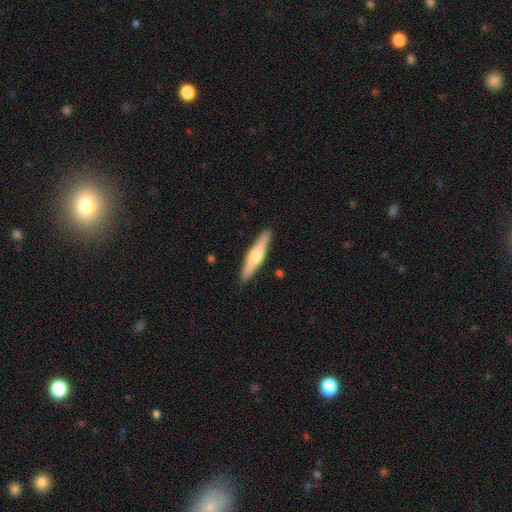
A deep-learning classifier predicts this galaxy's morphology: Smooth or featured? Predicted: smooth (p=0.49). Merging? Predicted: none (p=0.90).